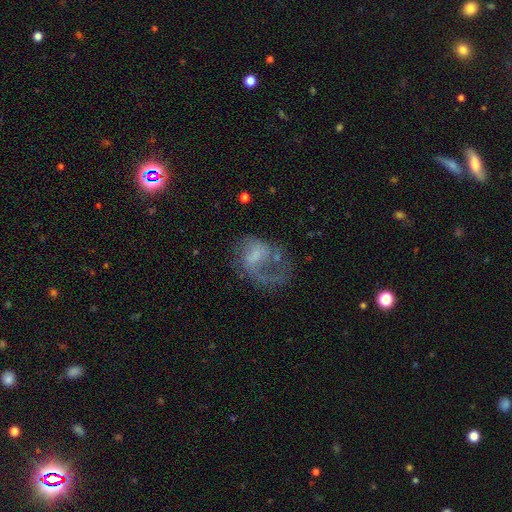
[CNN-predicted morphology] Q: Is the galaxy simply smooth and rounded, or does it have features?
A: featured or disk — 65%.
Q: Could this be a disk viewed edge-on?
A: no — 98%.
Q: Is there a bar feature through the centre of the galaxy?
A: no — 52%.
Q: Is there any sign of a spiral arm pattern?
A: yes — 71%.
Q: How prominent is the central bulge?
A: none — 44%.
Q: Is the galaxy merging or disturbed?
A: major disturbance — 50%.